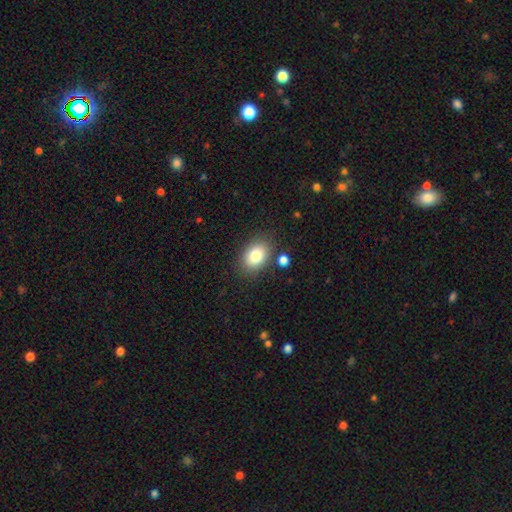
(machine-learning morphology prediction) Smooth or featured?
  - smooth: 82% *
  - star or artifact: 9%
  - featured or disk: 9%
How rounded?
  - in between: 77% *
  - round: 21%
  - cigar-shaped: 1%
Merging?
  - none: 81% *
  - minor disturbance: 11%
  - merger: 5%
  - major disturbance: 3%